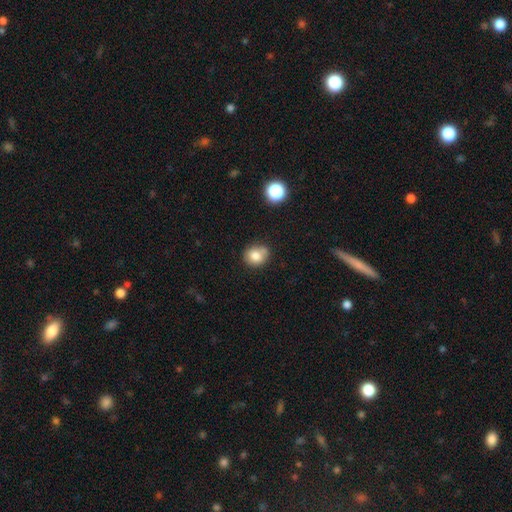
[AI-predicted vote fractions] This is likely a smooth galaxy (79%). How rounded: likely round (67%). Merging: likely none (65%).